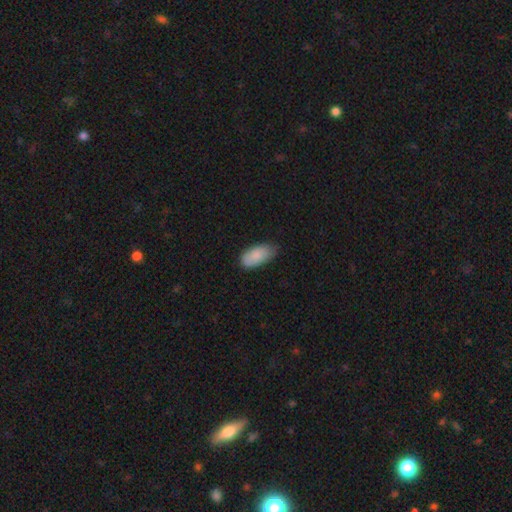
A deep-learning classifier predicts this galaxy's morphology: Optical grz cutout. It shows a smooth galaxy with no disk features (86%) that is in between round and cigar-shaped (93%). Merging: none (67%).